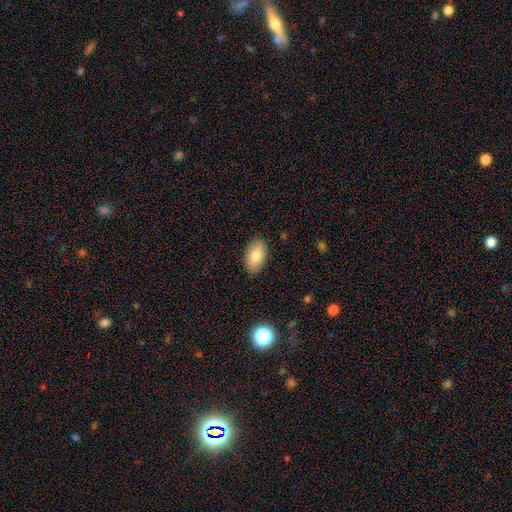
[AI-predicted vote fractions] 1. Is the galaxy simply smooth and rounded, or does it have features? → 81% smooth, 13% featured or disk, 7% star or artifact.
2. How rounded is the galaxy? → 94% in between, 5% round, 2% cigar-shaped.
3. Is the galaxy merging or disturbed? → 87% none, 10% minor disturbance, 2% major disturbance, 1% merger.